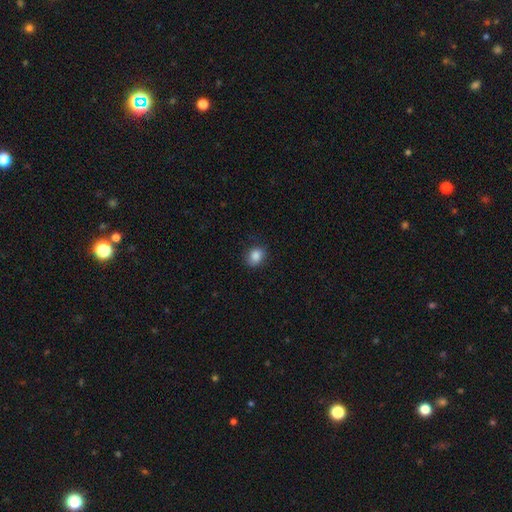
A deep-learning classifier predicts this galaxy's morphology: This is clearly a smooth galaxy (86%). How rounded: possibly in between (51%). Merging: clearly none (82%).